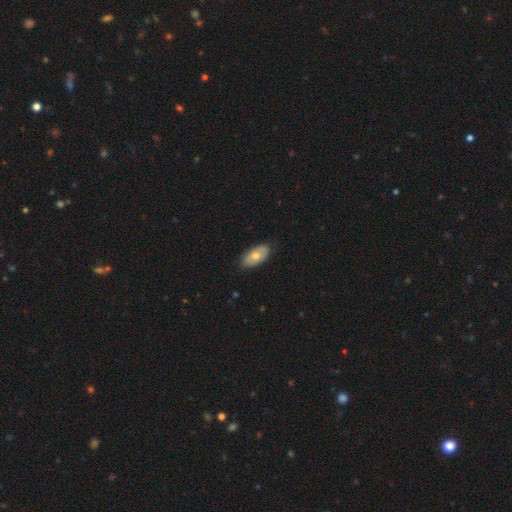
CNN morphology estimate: A smooth galaxy with no disk features (64%) that is in between round and cigar-shaped (93%). Merging: none (84%).